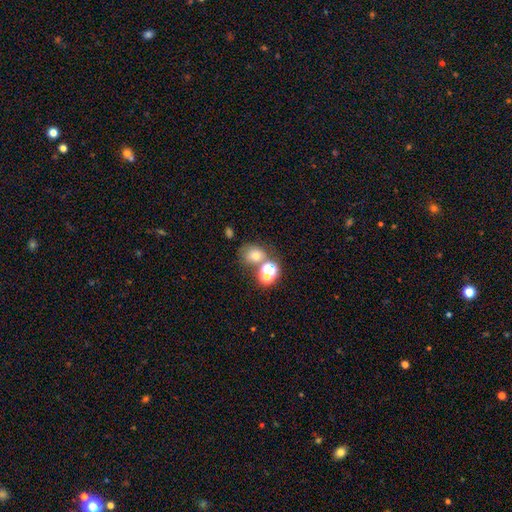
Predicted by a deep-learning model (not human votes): Q: Smooth or featured?
A: smooth (64%); runner-up: star or artifact (20%)
Q: How rounded?
A: round (60%); runner-up: in between (39%)
Q: Merging?
A: none (44%); runner-up: merger (38%)